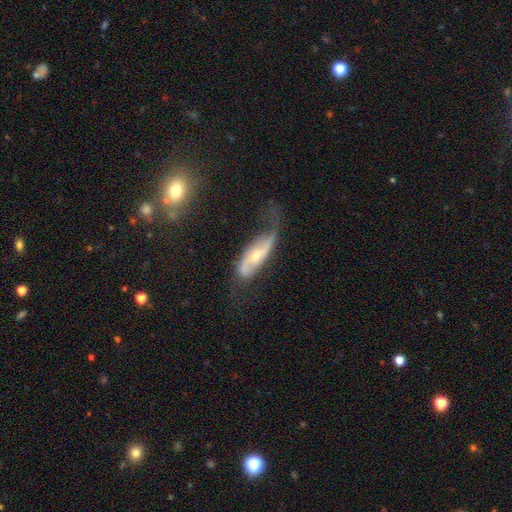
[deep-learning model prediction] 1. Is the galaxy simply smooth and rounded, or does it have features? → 77% featured or disk, 17% smooth, 6% star or artifact.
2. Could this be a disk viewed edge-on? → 86% no, 14% yes.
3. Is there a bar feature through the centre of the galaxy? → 52% no, 29% weak, 19% strong.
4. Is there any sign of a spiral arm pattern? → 89% yes, 11% no.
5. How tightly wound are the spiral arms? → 71% loose, 21% medium, 8% tight.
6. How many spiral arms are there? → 82% 2, 8% 1, 7% can't tell, 1% 3, 1% 4, 1% more than 4.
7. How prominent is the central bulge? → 53% small, 42% moderate, 2% large, 1% none, 1% dominant.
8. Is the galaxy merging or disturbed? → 42% none, 28% minor disturbance, 26% major disturbance, 4% merger.